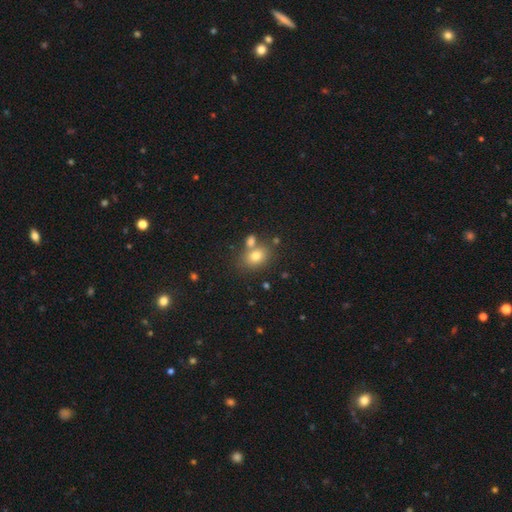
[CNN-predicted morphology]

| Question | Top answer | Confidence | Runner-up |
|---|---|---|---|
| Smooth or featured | smooth | 77% | star or artifact (11%) |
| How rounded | in between | 66% | round (32%) |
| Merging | none | 57% | merger (27%) |